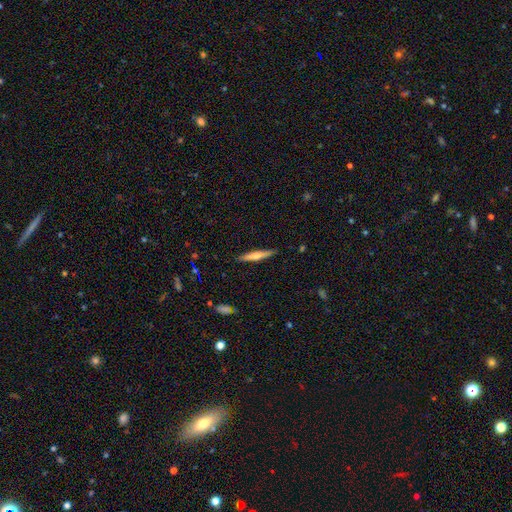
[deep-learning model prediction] Q: Smooth or featured?
A: smooth (56%); runner-up: featured or disk (38%)
Q: How rounded?
A: cigar-shaped (93%); runner-up: in between (6%)
Q: Merging?
A: none (89%); runner-up: minor disturbance (8%)